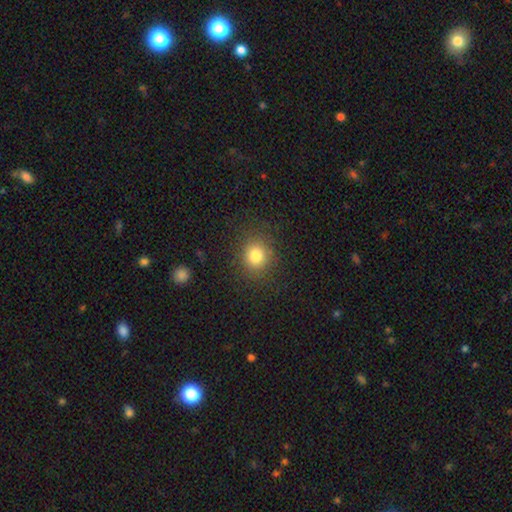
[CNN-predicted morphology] Smooth or featured?
  - smooth: 81% *
  - star or artifact: 13%
  - featured or disk: 7%
How rounded?
  - round: 82% *
  - in between: 17%
  - cigar-shaped: 1%
Merging?
  - none: 87% *
  - minor disturbance: 8%
  - major disturbance: 4%
  - merger: 1%